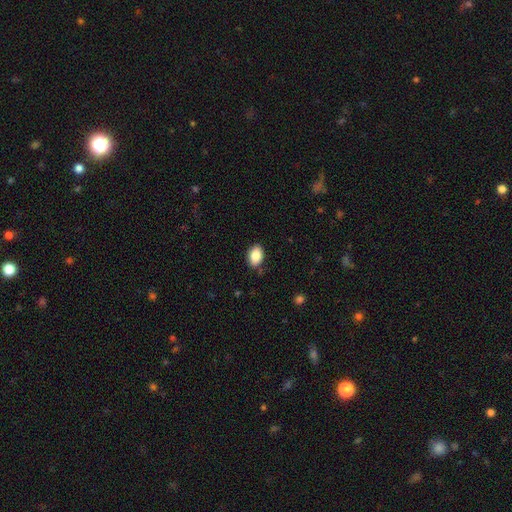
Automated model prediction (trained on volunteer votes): This appears to be a smooth galaxy with no disk features (86%) that is in between round and cigar-shaped (88%). Merging: none (85%).